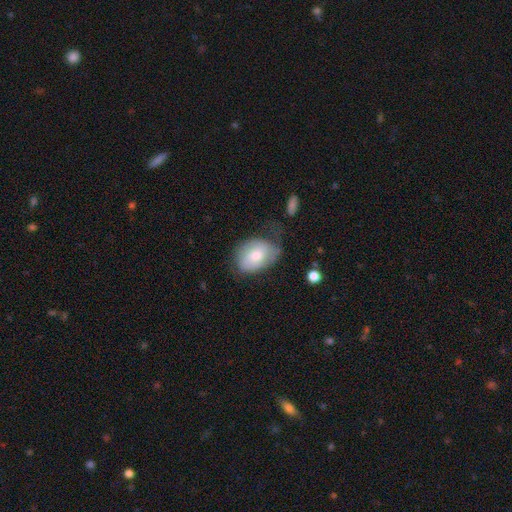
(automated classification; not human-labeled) smooth_or_featured: smooth (p=0.66) [alt: featured or disk p=0.27]
how_rounded: in between (p=0.76) [alt: round p=0.23]
merging: none (p=0.41) [alt: minor disturbance p=0.33]